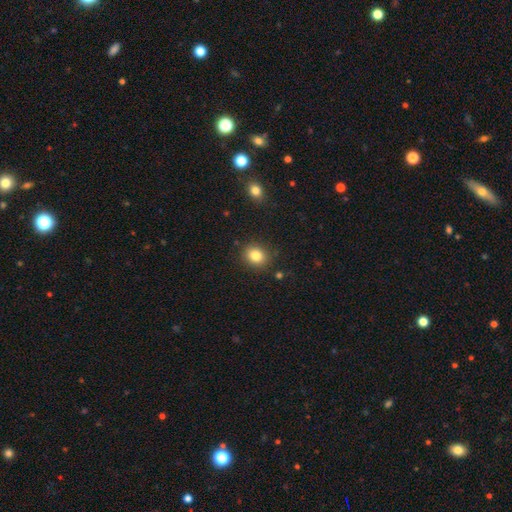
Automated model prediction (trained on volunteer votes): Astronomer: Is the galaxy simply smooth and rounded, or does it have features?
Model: smooth — 83%.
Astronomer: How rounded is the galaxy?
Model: round — 66%.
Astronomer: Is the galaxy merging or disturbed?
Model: none — 87%.